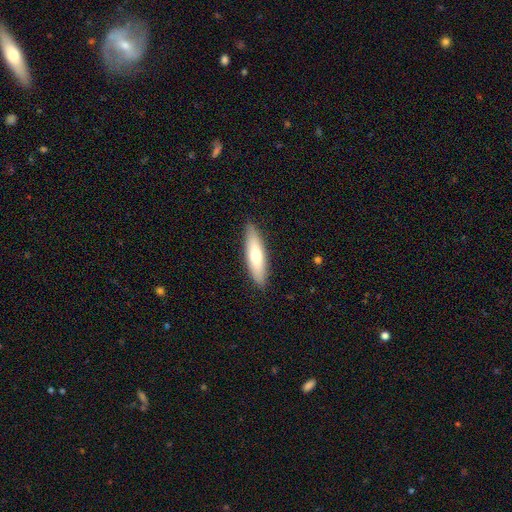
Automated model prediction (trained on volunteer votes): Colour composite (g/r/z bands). It shows a smooth galaxy with no disk features (64%) that is cigar-shaped (63%). Merging: none (88%).